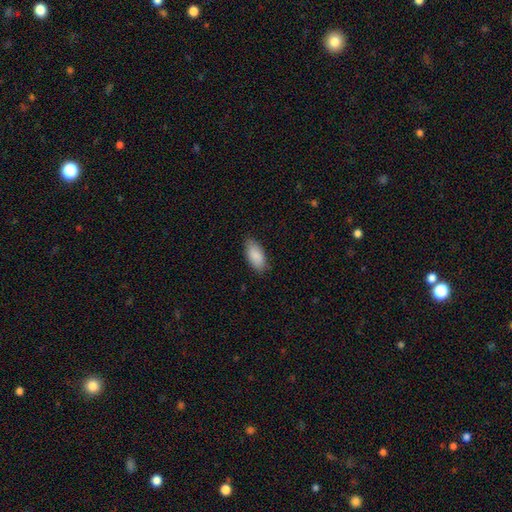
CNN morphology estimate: This is clearly a smooth galaxy (88%). How rounded: clearly in between (92%). Merging: clearly none (83%).